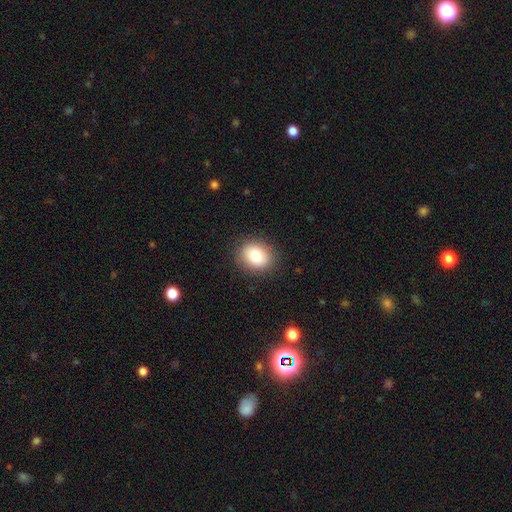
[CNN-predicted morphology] smooth-or-featured: smooth: 83% | featured or disk: 9% | star or artifact: 8%
  how-rounded: round: 56% | in between: 43% | cigar-shaped: 1%
  merging: none: 88% | minor disturbance: 9% | major disturbance: 3% | merger: 1%